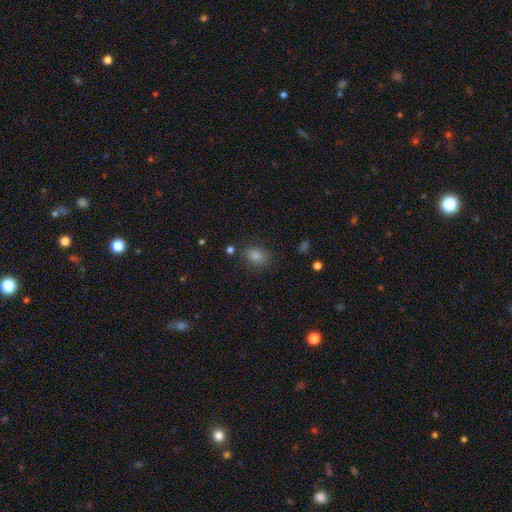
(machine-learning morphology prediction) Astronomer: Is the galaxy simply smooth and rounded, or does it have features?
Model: smooth — 77%.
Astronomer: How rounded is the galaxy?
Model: in between — 69%.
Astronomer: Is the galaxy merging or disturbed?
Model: none — 83%.